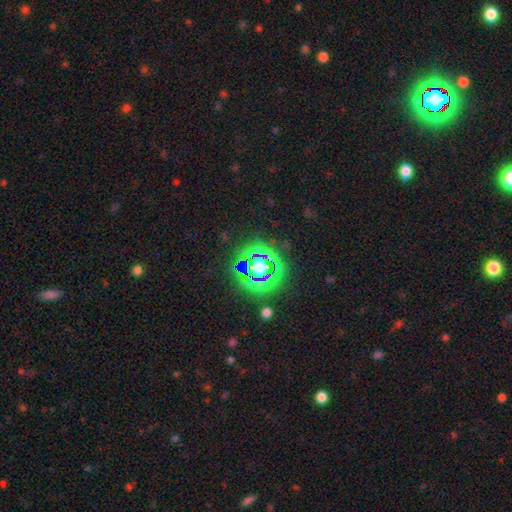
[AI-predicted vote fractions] star or artifact 80%, smooth 12%, featured or disk 7%.